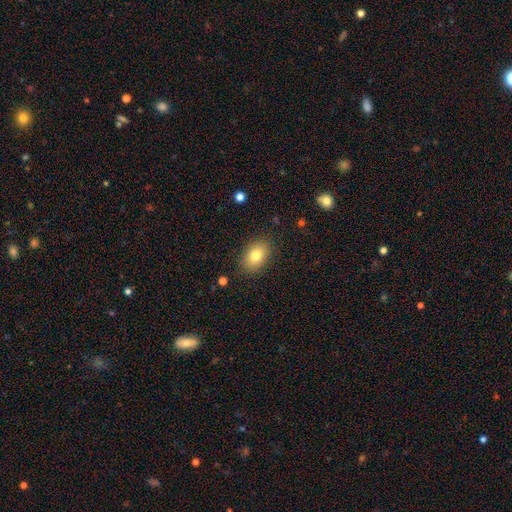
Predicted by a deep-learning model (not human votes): A smooth galaxy with no disk features (80%) that is in between round and cigar-shaped (82%). Merging: none (86%).